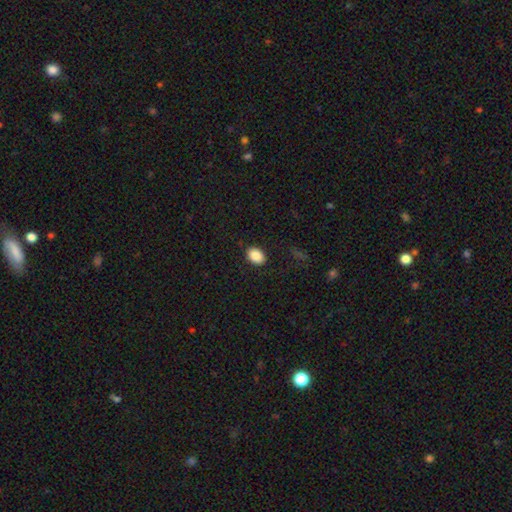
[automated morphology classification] This is clearly a smooth galaxy (88%). How rounded: likely in between (74%). Merging: clearly none (89%).